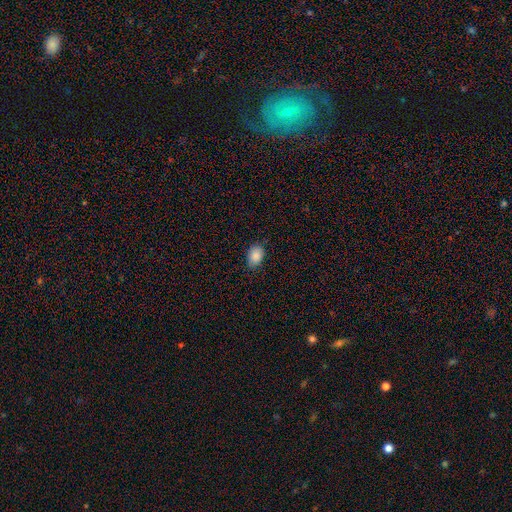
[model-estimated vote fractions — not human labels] Smooth or featured? Predicted: smooth (p=0.88). How rounded? Predicted: in between (p=0.80). Merging? Predicted: none (p=0.82).